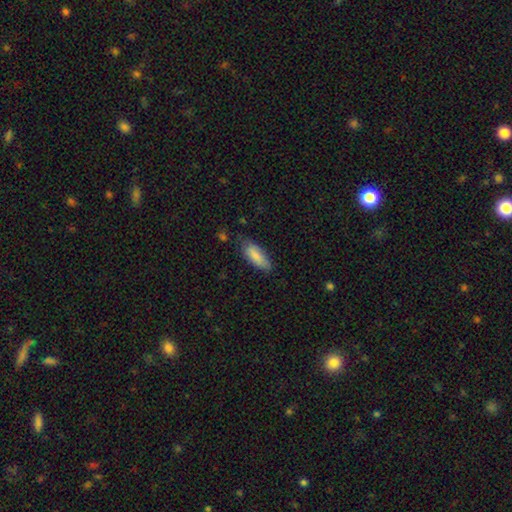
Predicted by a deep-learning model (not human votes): Smooth or featured: smooth — 84% (featured or disk — 10%)
How rounded: in between — 71% (cigar-shaped — 28%)
Merging: none — 69% (minor disturbance — 24%)